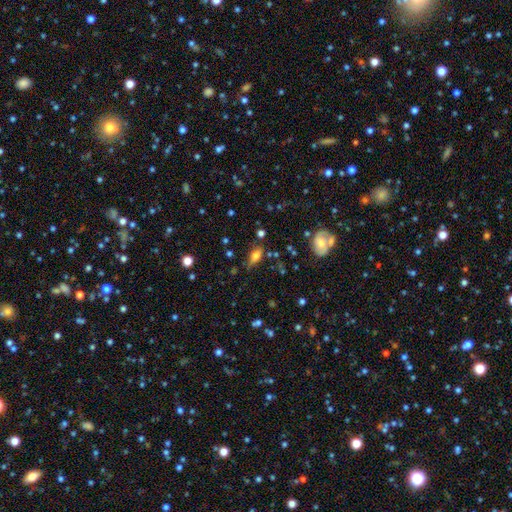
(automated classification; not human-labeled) smooth_or_featured: smooth (p=0.67) [alt: featured or disk p=0.21]
how_rounded: in between (p=0.78) [alt: cigar-shaped p=0.15]
merging: none (p=0.67) [alt: minor disturbance p=0.21]